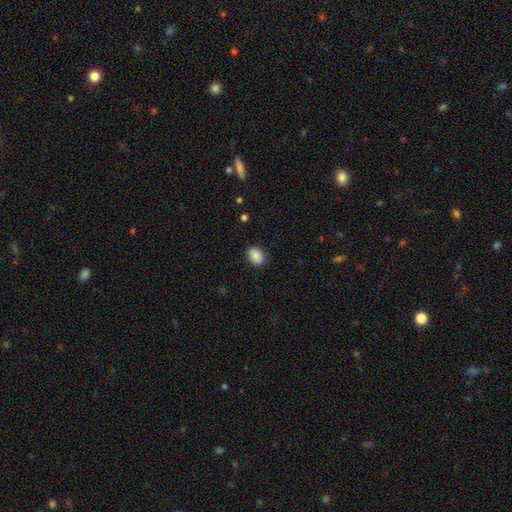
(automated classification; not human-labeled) This is clearly a smooth galaxy (87%). How rounded: likely in between (67%). Merging: clearly none (87%).